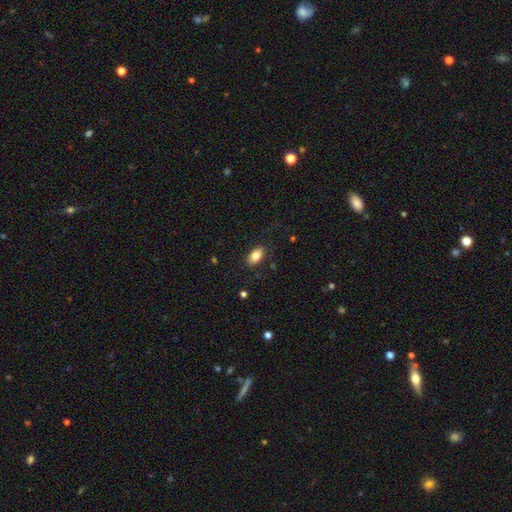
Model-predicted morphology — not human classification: smooth 82%, featured or disk 10%, star or artifact 8%. Down the decision tree: how rounded — in between (91%); merging — none (84%).